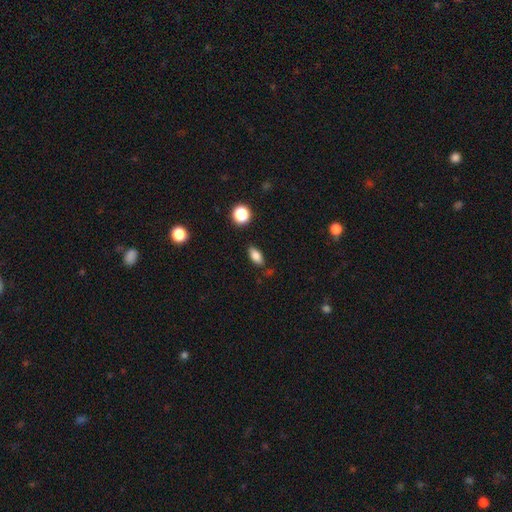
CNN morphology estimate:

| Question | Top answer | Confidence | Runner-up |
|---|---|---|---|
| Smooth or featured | smooth | 83% | star or artifact (10%) |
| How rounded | in between | 85% | cigar-shaped (9%) |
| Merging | none | 81% | minor disturbance (13%) |